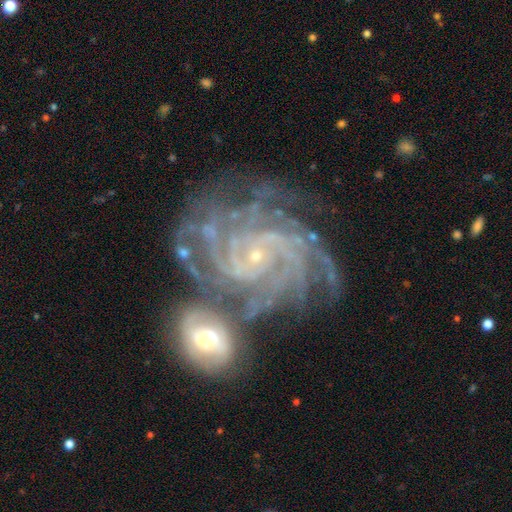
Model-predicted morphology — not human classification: Overall: featured or disk (91%). Edge-on disk: no (98%). Bar: no (61%; weak 27%). Spiral arms: yes (98%). Spiral arm count: more than 4 (26%; 4 24%). Spiral winding: tight (77%). Bulge size: small (87%). Merging: none (41%; merger 34%).